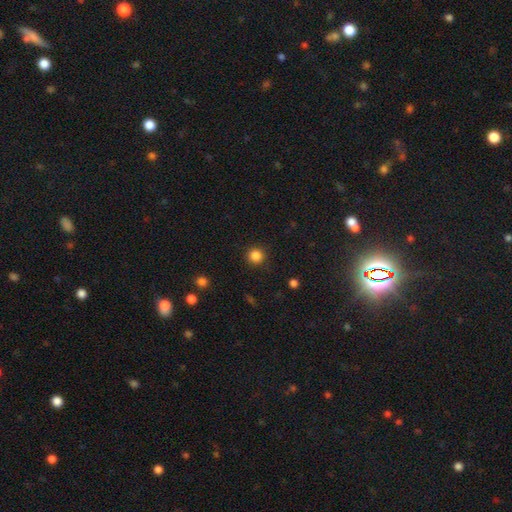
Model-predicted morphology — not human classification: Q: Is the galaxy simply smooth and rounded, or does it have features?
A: smooth — 85%.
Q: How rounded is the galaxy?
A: round — 93%.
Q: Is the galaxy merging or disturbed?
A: none — 91%.